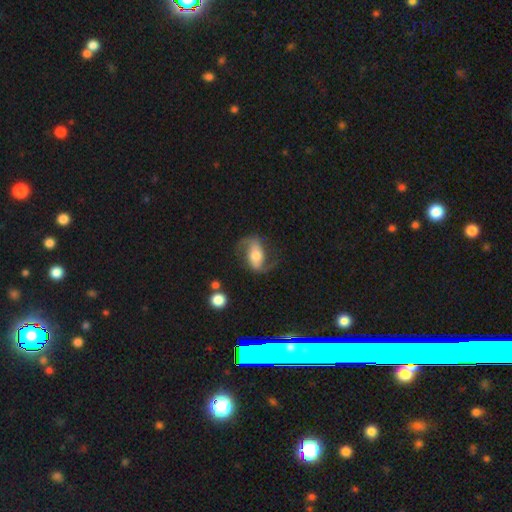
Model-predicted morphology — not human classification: Smooth or featured? featured or disk (76%)
Edge-on disk? no (95%)
Bar? strong (37%)
Spiral arms? yes (92%)
Spiral winding? loose (60%)
Spiral arm count? 2 (91%)
Bulge size? moderate (55%)
Merging? none (67%)